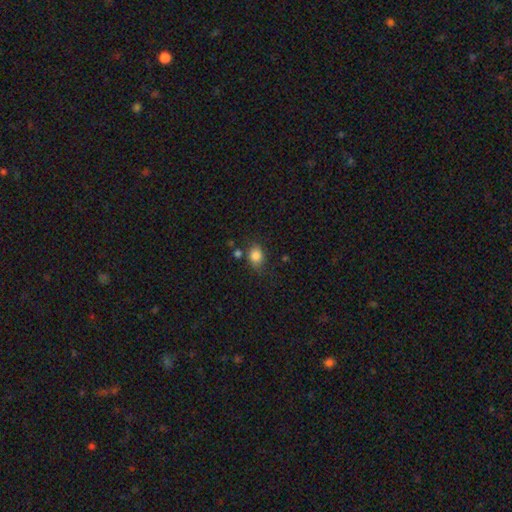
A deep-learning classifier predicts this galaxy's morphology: Smooth or featured? smooth (83%)
How rounded? in between (54%)
Merging? none (68%)